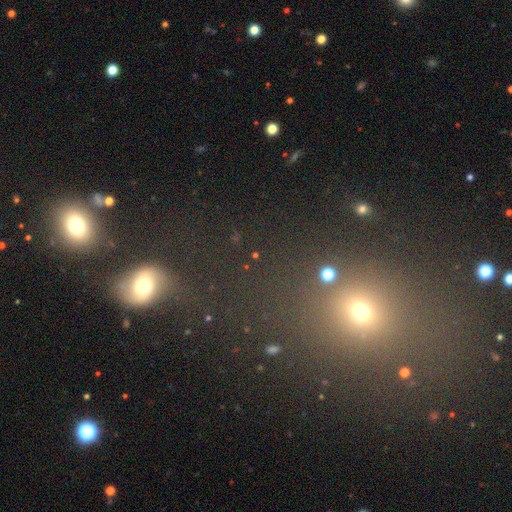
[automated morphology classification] This appears to be a star or artifact, not a galaxy (47%).